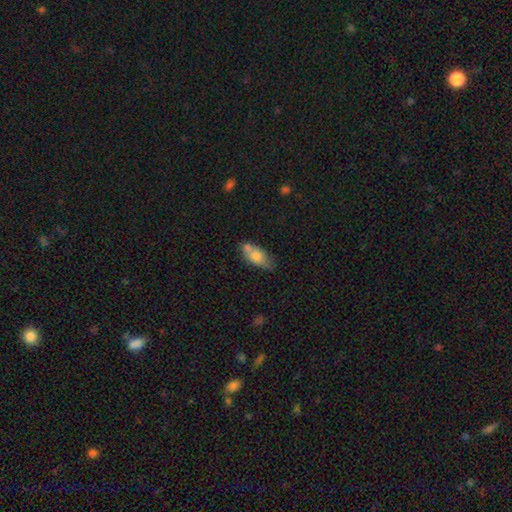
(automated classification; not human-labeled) smooth 72%, featured or disk 21%, star or artifact 7%. Down the decision tree: how rounded — in between (81%); merging — none (54%).